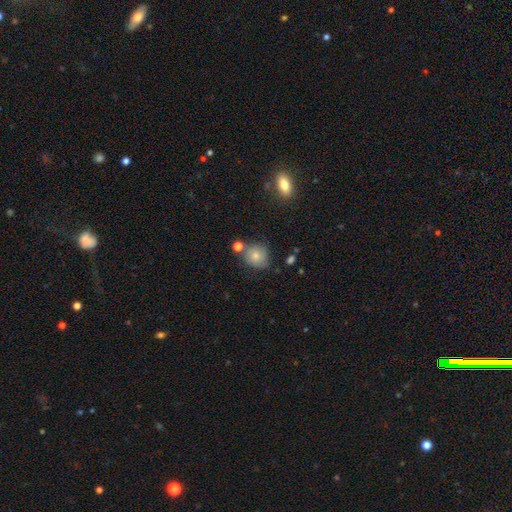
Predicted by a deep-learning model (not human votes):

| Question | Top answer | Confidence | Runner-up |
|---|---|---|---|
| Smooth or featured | smooth | 74% | featured or disk (16%) |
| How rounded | round | 75% | in between (24%) |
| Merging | none | 61% | minor disturbance (20%) |